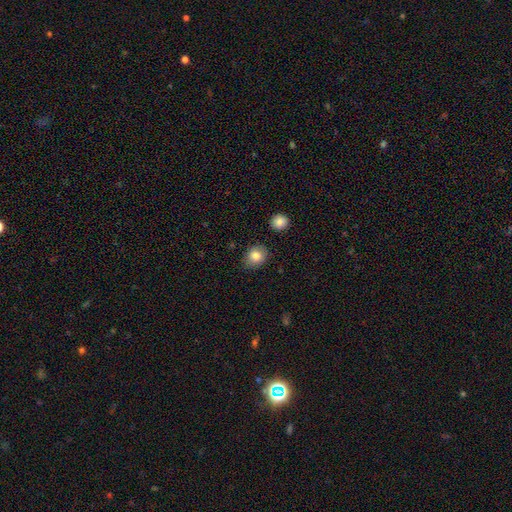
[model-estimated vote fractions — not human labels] Smooth or featured? Predicted: smooth (p=0.83). How rounded? Predicted: round (p=0.64). Merging? Predicted: none (p=0.80).